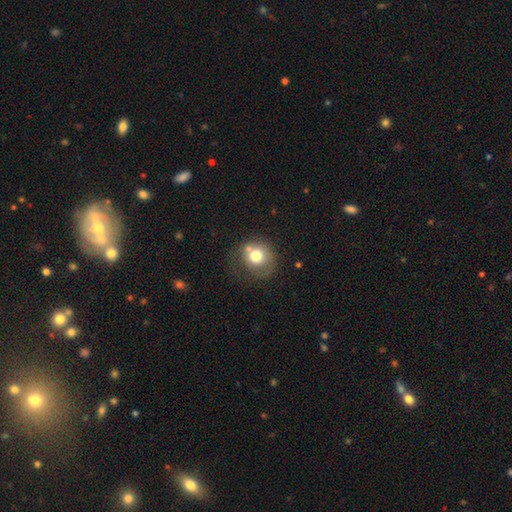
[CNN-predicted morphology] smooth-or-featured: smooth: 71% | featured or disk: 20% | star or artifact: 9%
  how-rounded: round: 79% | in between: 20% | cigar-shaped: 1%
  merging: none: 47% | minor disturbance: 26% | major disturbance: 17% | merger: 10%